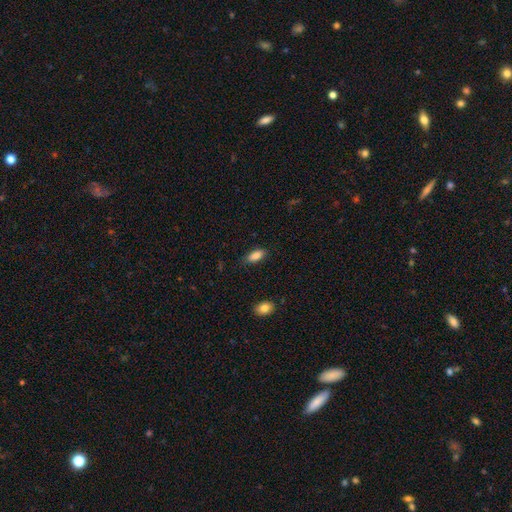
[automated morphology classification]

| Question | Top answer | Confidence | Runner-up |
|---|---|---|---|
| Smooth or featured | smooth | 86% | star or artifact (7%) |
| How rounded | in between | 84% | cigar-shaped (13%) |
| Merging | none | 83% | minor disturbance (13%) |